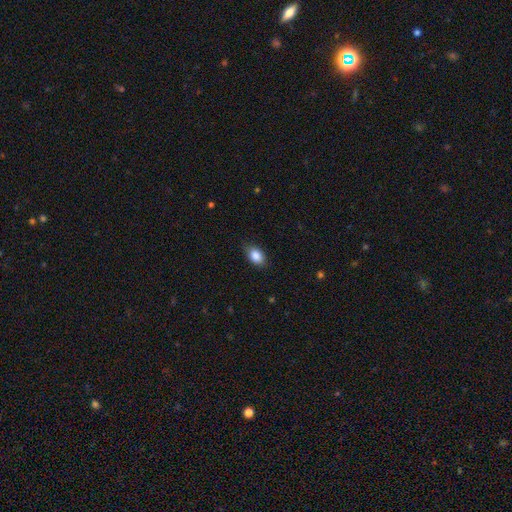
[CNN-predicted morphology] The model was most divided on "merging": none: 80%, minor disturbance: 16%, major disturbance: 3%, merger: 1%. More confident: smooth or featured — smooth (87%); how rounded — in between (84%).